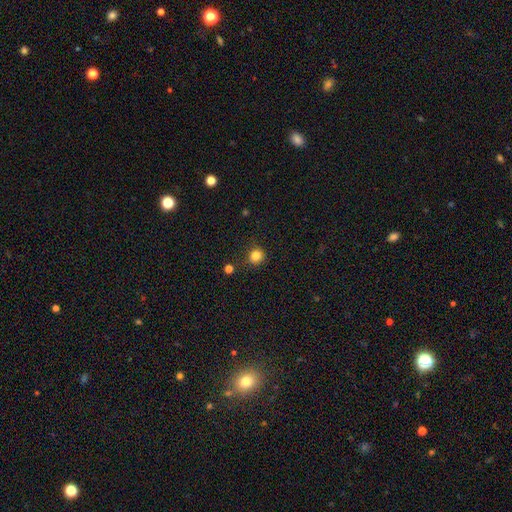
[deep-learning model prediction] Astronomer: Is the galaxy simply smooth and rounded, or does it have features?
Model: smooth — 82%.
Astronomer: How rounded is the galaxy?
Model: round — 88%.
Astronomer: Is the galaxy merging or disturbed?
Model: none — 83%.